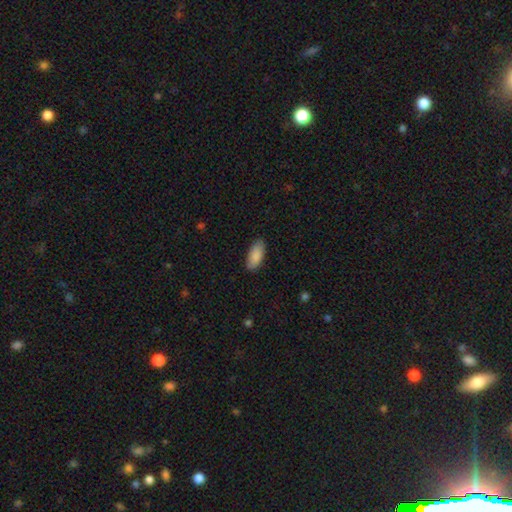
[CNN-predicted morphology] Smooth or featured?
  - smooth: 89% *
  - star or artifact: 6%
  - featured or disk: 5%
How rounded?
  - in between: 87% *
  - cigar-shaped: 12%
  - round: 2%
Merging?
  - none: 86% *
  - minor disturbance: 10%
  - major disturbance: 2%
  - merger: 1%